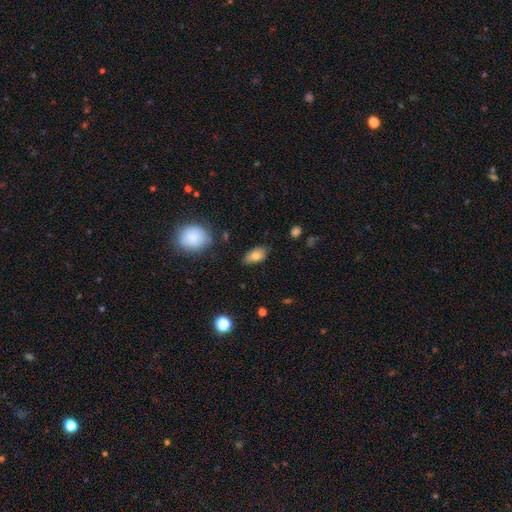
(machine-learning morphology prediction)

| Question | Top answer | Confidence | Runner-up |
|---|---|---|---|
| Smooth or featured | smooth | 80% | featured or disk (11%) |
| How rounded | in between | 89% | round (7%) |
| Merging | none | 77% | minor disturbance (18%) |